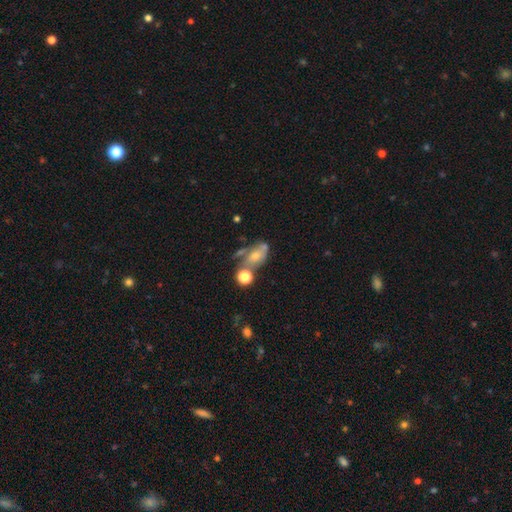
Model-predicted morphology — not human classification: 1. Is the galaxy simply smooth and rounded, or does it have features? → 52% smooth, 35% featured or disk, 13% star or artifact.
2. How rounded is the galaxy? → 77% in between, 19% round, 4% cigar-shaped.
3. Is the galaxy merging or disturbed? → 32% merger, 31% none, 20% minor disturbance, 18% major disturbance.